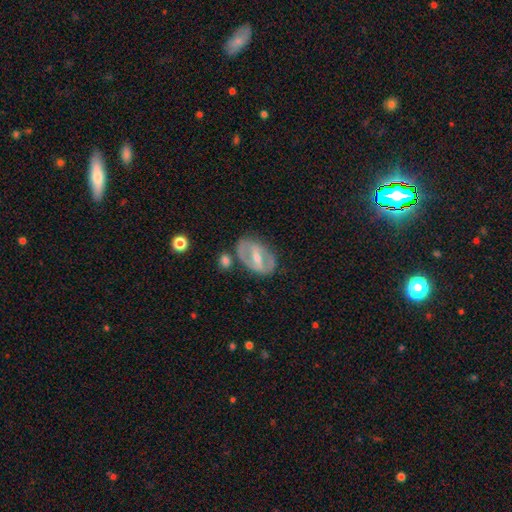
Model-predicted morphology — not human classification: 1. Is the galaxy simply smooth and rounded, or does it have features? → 72% featured or disk, 21% smooth, 7% star or artifact.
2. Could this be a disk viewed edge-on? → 91% no, 9% yes.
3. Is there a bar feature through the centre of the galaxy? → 57% strong, 29% weak, 14% no.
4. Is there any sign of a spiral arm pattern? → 55% no, 45% yes.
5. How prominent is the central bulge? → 52% moderate, 44% small, 2% large, 2% none, 1% dominant.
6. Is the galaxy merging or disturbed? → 69% none, 18% minor disturbance, 7% major disturbance, 6% merger.